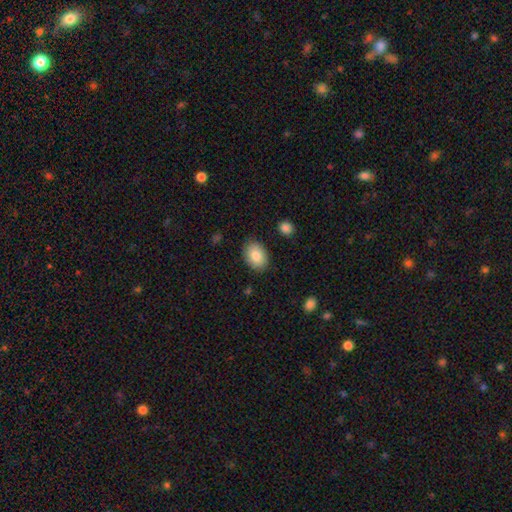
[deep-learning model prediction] Smooth or featured: smooth — 84% (featured or disk — 9%)
How rounded: in between — 78% (round — 21%)
Merging: none — 86% (minor disturbance — 10%)